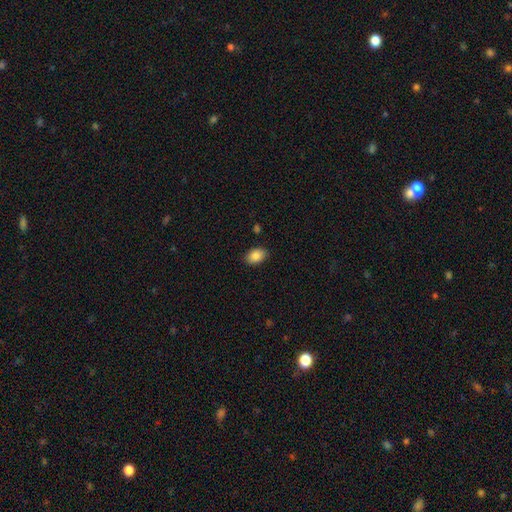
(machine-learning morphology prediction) Smooth or featured? smooth (85%)
How rounded? in between (84%)
Merging? none (87%)